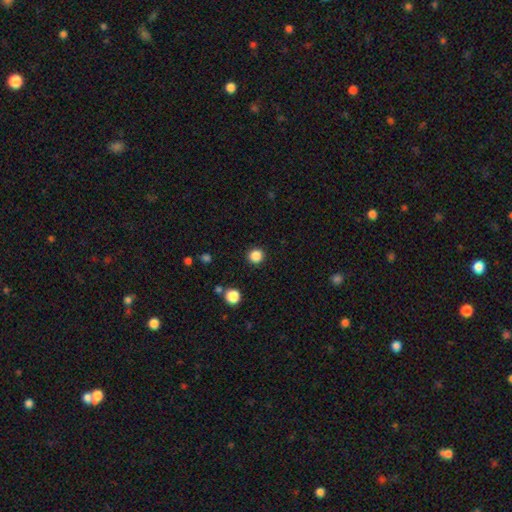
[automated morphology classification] Q: Smooth or featured?
A: smooth (86%); runner-up: star or artifact (11%)
Q: How rounded?
A: round (95%); runner-up: in between (4%)
Q: Merging?
A: none (92%); runner-up: minor disturbance (5%)